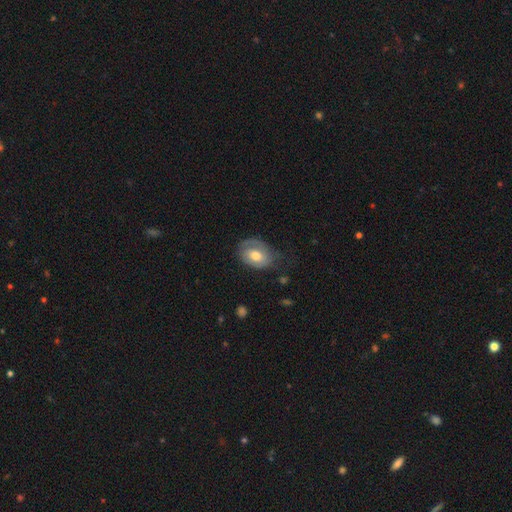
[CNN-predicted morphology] Overall: smooth (51%; featured or disk 42%). How rounded: in between (77%). Merging: none (54%; minor disturbance 29%).